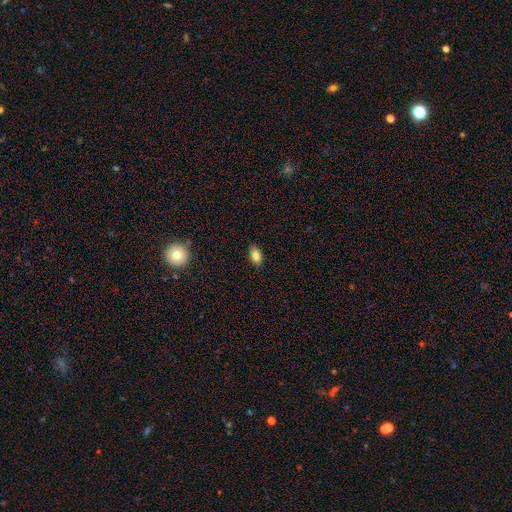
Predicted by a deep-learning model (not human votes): Morphology: type=smooth (83%); roundness=in between (88%); merging=none (85%).